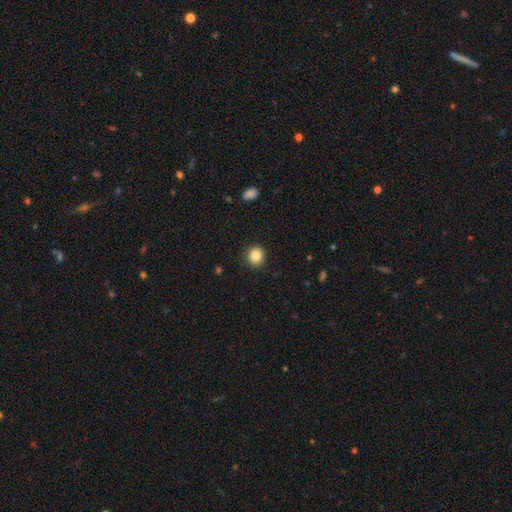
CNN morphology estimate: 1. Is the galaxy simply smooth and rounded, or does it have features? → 85% smooth, 10% star or artifact, 5% featured or disk.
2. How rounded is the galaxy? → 85% round, 14% in between, 1% cigar-shaped.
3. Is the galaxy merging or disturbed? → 91% none, 6% minor disturbance, 2% major disturbance, 1% merger.